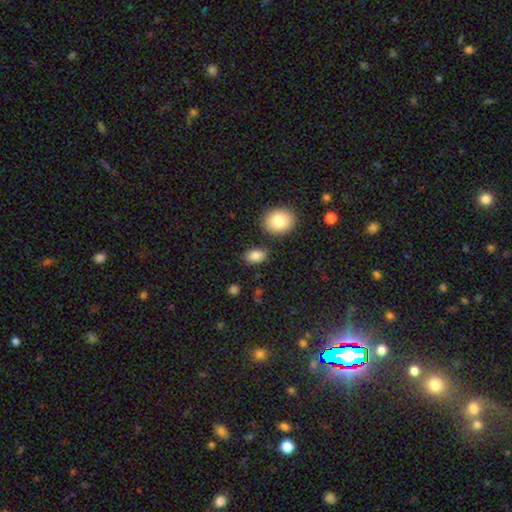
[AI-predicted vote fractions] A smooth galaxy with no disk features (87%) that is in between round and cigar-shaped (88%).

Vote fractions:
- Smooth or featured? smooth: 87% / star or artifact: 8% / featured or disk: 5%
- How rounded? in between: 88% / round: 11% / cigar-shaped: 2%
- Merging? none: 83% / minor disturbance: 10% / merger: 4% / major disturbance: 3%